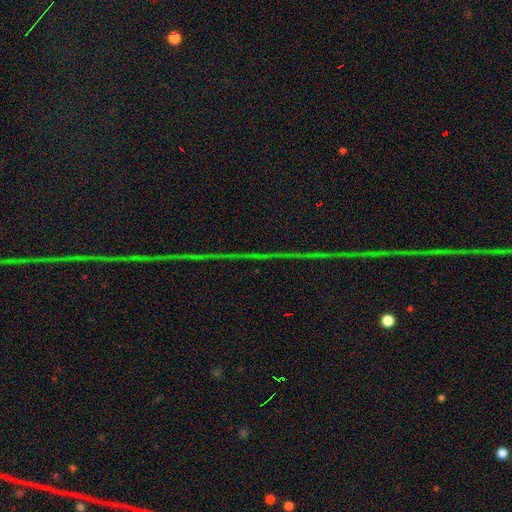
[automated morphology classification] Smooth or featured: star or artifact — 85% (featured or disk — 9%)